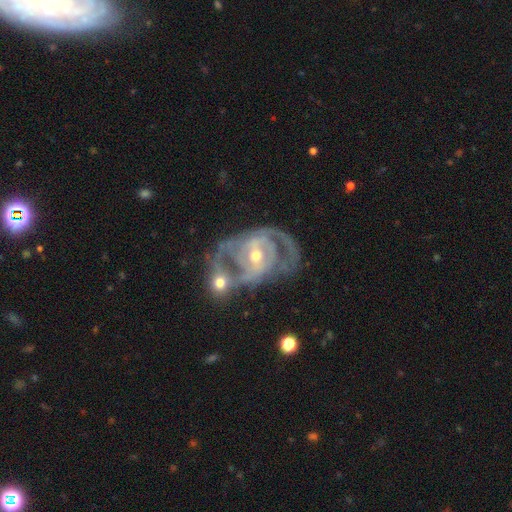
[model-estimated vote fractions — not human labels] Smooth or featured? Predicted: featured or disk (p=0.88). Edge-on disk? Predicted: no (p=0.97). Bar? Predicted: weak (p=0.41). Spiral arms? Predicted: yes (p=0.93). Spiral winding? Predicted: tight (p=0.48). Spiral arm count? Predicted: 2 (p=0.55). Bulge size? Predicted: moderate (p=0.50). Merging? Predicted: merger (p=0.39).